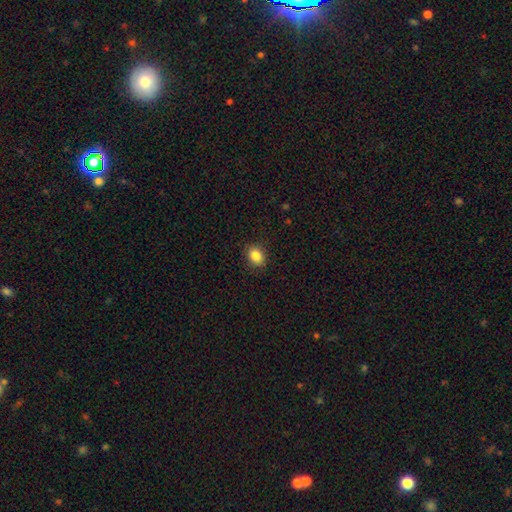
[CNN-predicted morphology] This is clearly a smooth galaxy (87%). How rounded: likely in between (63%). Merging: clearly none (88%).